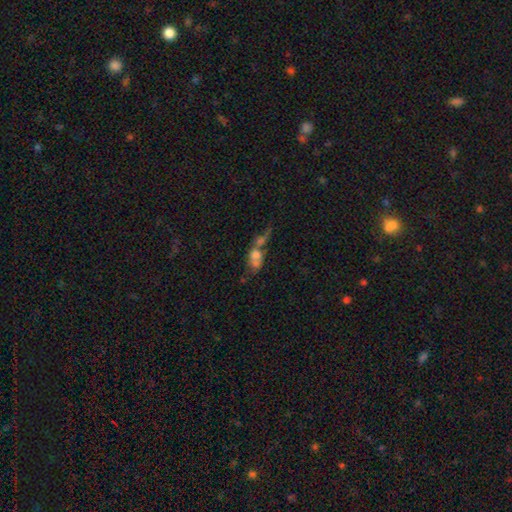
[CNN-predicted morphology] Q: Smooth or featured?
A: smooth (55%); runner-up: featured or disk (32%)
Q: How rounded?
A: in between (61%); runner-up: round (31%)
Q: Merging?
A: merger (66%); runner-up: major disturbance (14%)